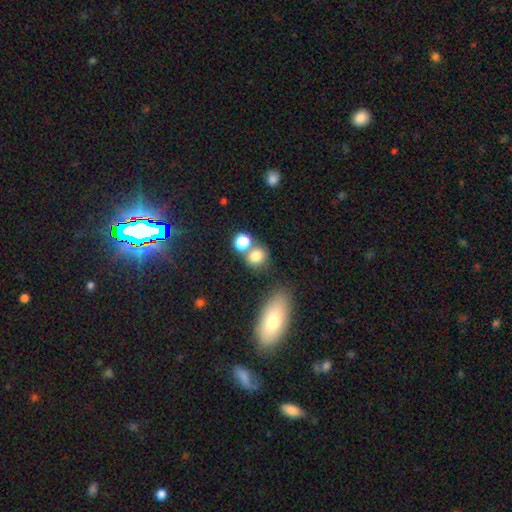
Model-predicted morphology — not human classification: A smooth galaxy with no disk features (78%) that is round (69%). Merging: none (54%).